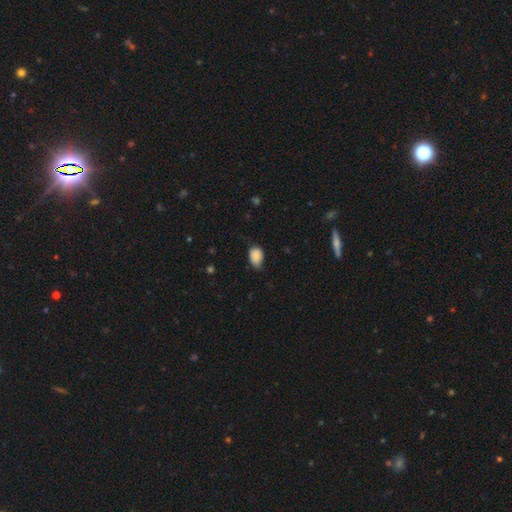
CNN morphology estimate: smooth-or-featured: smooth: 87% | star or artifact: 8% | featured or disk: 5%
  how-rounded: in between: 81% | round: 18% | cigar-shaped: 1%
  merging: none: 58% | minor disturbance: 36% | major disturbance: 5% | merger: 1%